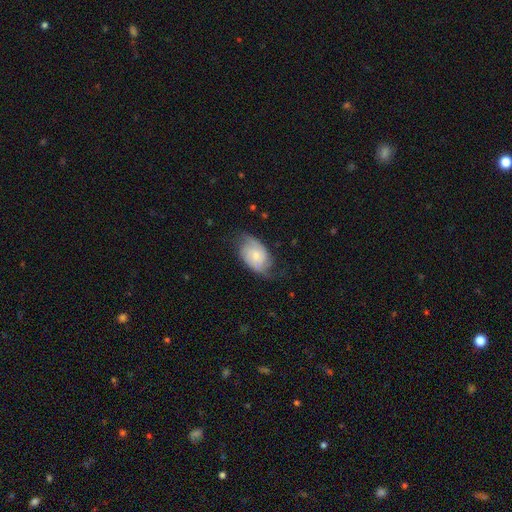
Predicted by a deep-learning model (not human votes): smooth_or_featured: featured or disk (p=0.57) [alt: smooth p=0.36]
disk_edge_on: no (p=0.96) [alt: yes p=0.04]
bar: no (p=0.74) [alt: weak p=0.22]
has_spiral_arms: yes (p=0.87) [alt: no p=0.13]
bulge_size: small (p=0.54) [alt: moderate p=0.37]
merging: none (p=0.57) [alt: minor disturbance p=0.28]